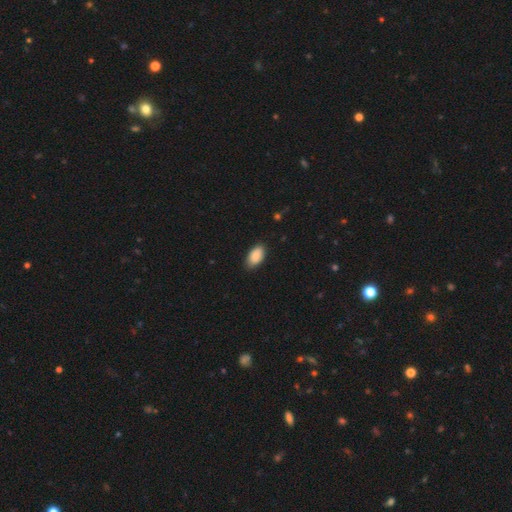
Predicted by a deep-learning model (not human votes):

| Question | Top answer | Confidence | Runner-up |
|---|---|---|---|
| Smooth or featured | smooth | 89% | star or artifact (6%) |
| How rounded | in between | 94% | round (4%) |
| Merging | none | 81% | minor disturbance (16%) |